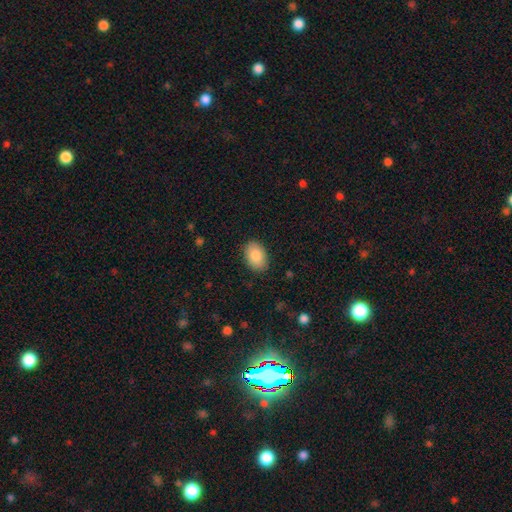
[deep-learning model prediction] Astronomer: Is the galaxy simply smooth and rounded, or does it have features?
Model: smooth — 88%.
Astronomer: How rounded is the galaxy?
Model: in between — 86%.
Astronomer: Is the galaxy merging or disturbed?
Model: none — 88%.